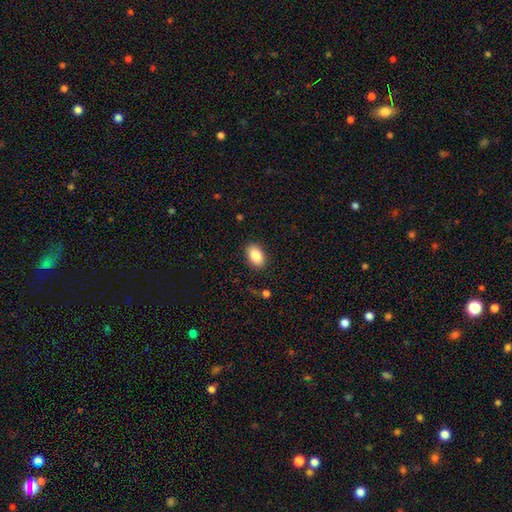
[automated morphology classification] smooth_or_featured: smooth (p=0.85) [alt: featured or disk p=0.08]
how_rounded: in between (p=0.90) [alt: round p=0.09]
merging: none (p=0.88) [alt: minor disturbance p=0.08]